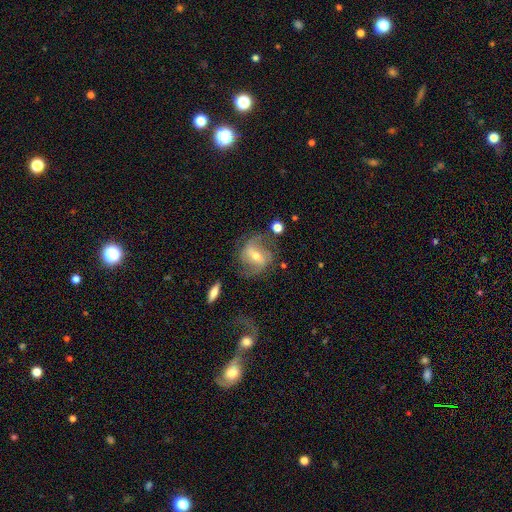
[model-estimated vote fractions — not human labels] A featured or disk galaxy (81%) with a weak bar (43%), 2 (67%) medium (45%) spiral arms (92%) and a moderate central bulge (57%).

Vote fractions:
- Smooth or featured? featured or disk: 81% / smooth: 12% / star or artifact: 7%
- Edge-on disk? no: 96% / yes: 4%
- Bar? weak: 43% / strong: 39% / no: 18%
- Spiral arms? yes: 92% / no: 8%
- Spiral winding? medium: 45% / loose: 34% / tight: 21%
- Spiral arm count? 2: 67% / can't tell: 12% / 3: 12% / 1: 3% / 4: 3% / more than 4: 2%
- Bulge size? moderate: 57% / small: 38% / large: 3% / none: 1% / dominant: 1%
- Merging? none: 65% / minor disturbance: 19% / major disturbance: 13% / merger: 3%